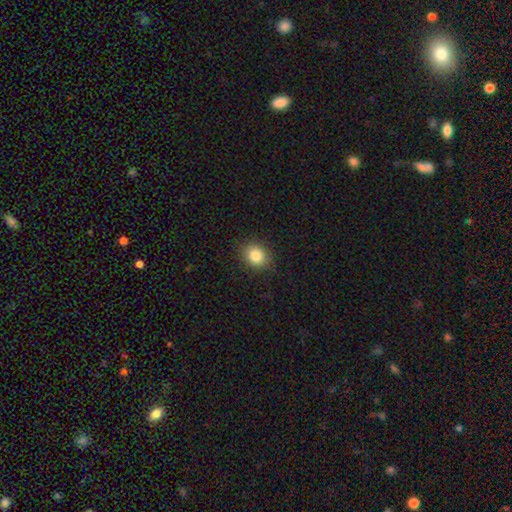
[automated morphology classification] Smooth or featured? smooth (83%)
How rounded? round (64%)
Merging? none (88%)